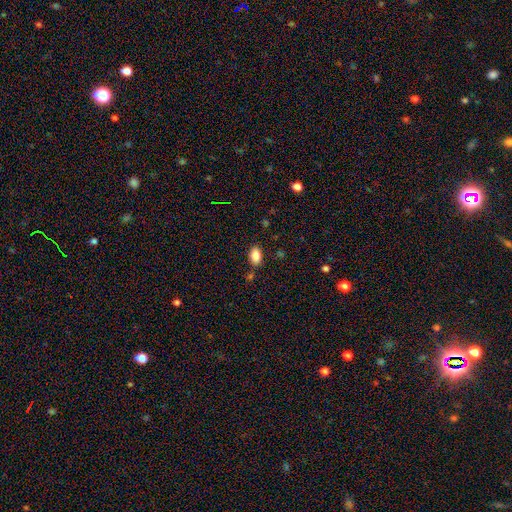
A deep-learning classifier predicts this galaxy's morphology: This is clearly a smooth galaxy (86%). How rounded: clearly in between (90%). Merging: clearly none (81%).